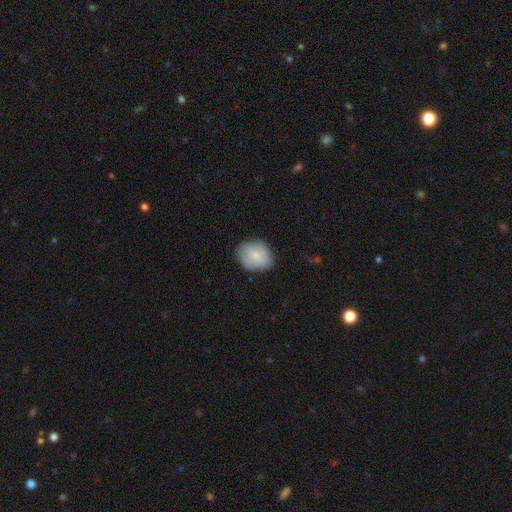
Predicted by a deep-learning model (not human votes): The model was most divided on "how rounded": round: 52%, in between: 47%, cigar-shaped: 1%. More confident: smooth or featured — smooth (79%); merging — none (76%).